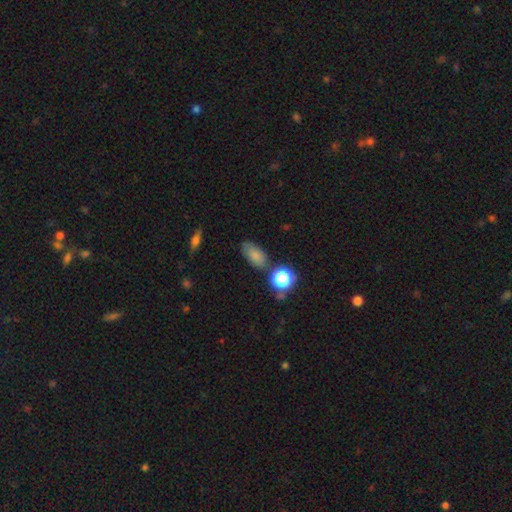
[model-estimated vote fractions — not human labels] smooth_or_featured: smooth (p=0.77) [alt: star or artifact p=0.14]
how_rounded: in between (p=0.85) [alt: round p=0.10]
merging: none (p=0.70) [alt: minor disturbance p=0.17]